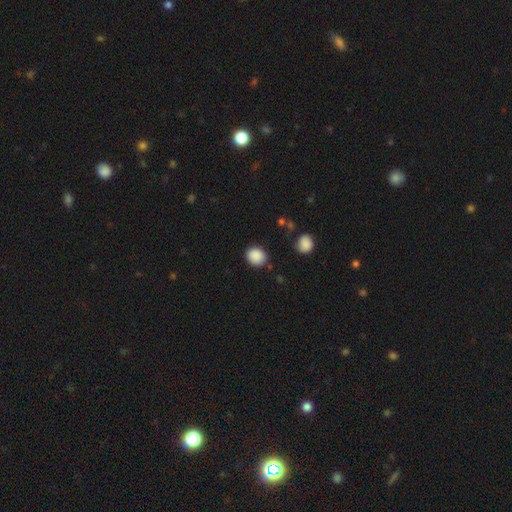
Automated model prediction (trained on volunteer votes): This is clearly a smooth galaxy (88%). How rounded: likely round (70%). Merging: clearly none (86%).